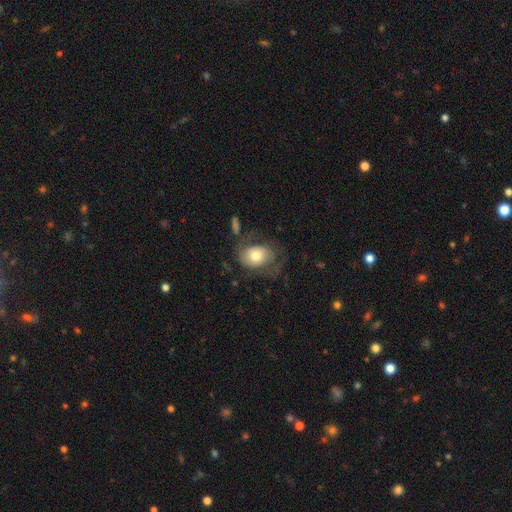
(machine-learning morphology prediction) The model was most divided on "merging": none: 41%, major disturbance: 31%, minor disturbance: 23%, merger: 4%. More confident: how rounded — in between (67%); smooth or featured — smooth (57%).